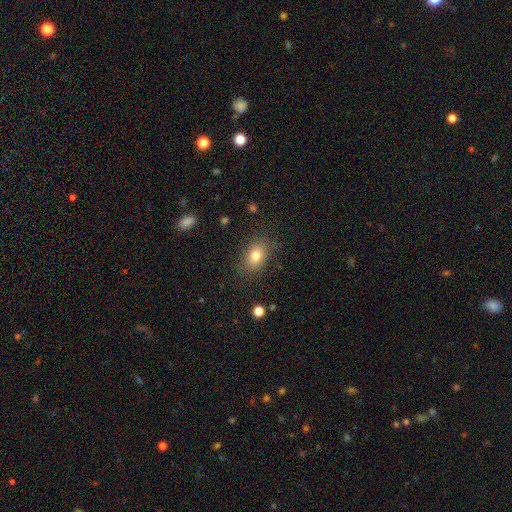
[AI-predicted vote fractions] The model was most divided on "how rounded": in between: 74%, round: 24%, cigar-shaped: 2%. More confident: merging — none (81%); smooth or featured — smooth (79%).